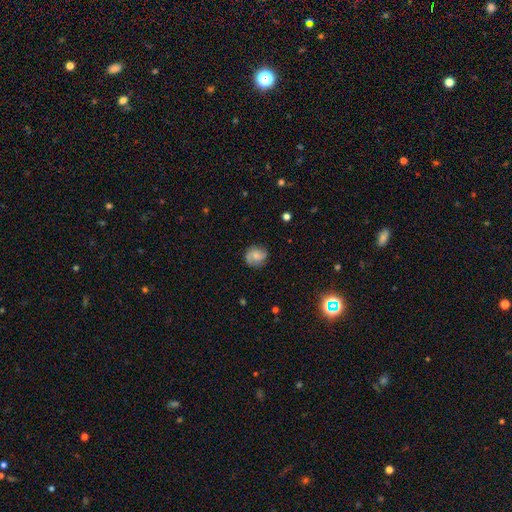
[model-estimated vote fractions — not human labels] Q: Smooth or featured?
A: smooth (53%); runner-up: featured or disk (38%)
Q: How rounded?
A: round (81%); runner-up: in between (18%)
Q: Merging?
A: none (76%); runner-up: minor disturbance (17%)